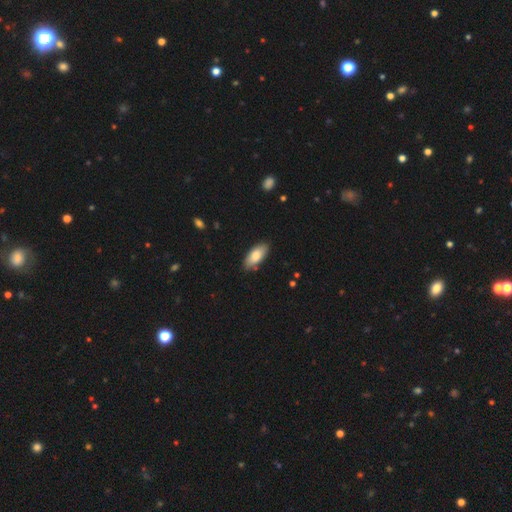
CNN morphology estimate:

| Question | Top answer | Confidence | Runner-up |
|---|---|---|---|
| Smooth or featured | smooth | 82% | featured or disk (12%) |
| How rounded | in between | 88% | cigar-shaped (10%) |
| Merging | none | 86% | minor disturbance (11%) |